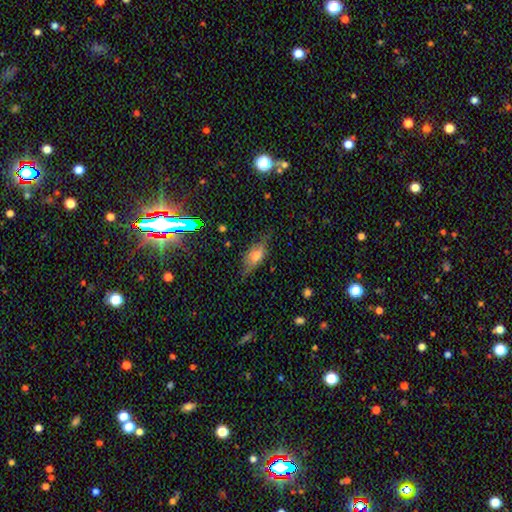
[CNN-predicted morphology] Q: Smooth or featured?
A: smooth (57%); runner-up: featured or disk (30%)
Q: How rounded?
A: in between (75%); runner-up: cigar-shaped (21%)
Q: Merging?
A: none (69%); runner-up: minor disturbance (23%)